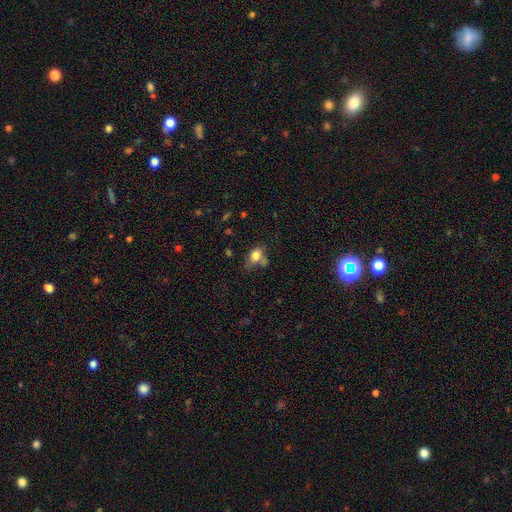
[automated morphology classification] Smooth or featured? Predicted: smooth (p=0.77). How rounded? Predicted: in between (p=0.74). Merging? Predicted: none (p=0.48).